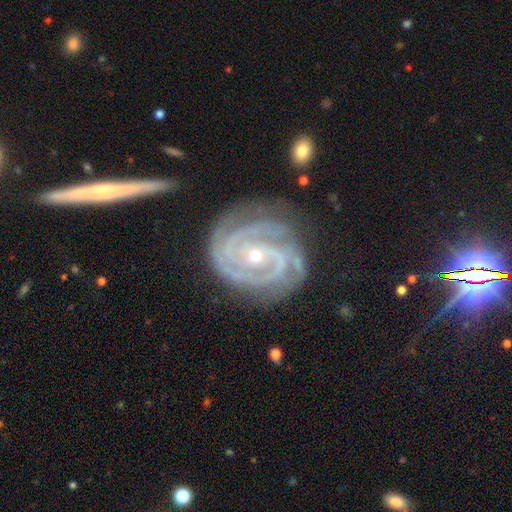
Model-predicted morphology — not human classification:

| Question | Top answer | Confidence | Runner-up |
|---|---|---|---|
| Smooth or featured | featured or disk | 92% | star or artifact (5%) |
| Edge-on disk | no | 98% | yes (2%) |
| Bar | no | 61% | weak (25%) |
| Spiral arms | yes | 98% | no (2%) |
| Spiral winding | tight | 73% | medium (24%) |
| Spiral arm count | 3 | 37% | 2 (32%) |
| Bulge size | small | 72% | moderate (25%) |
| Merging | none | 70% | minor disturbance (21%) |